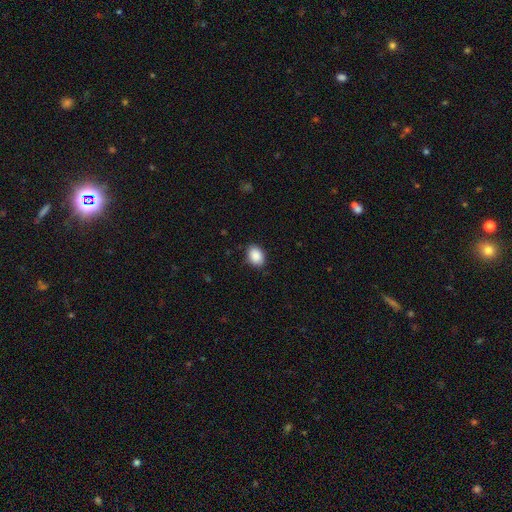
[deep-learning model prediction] smooth-or-featured: smooth: 89% | star or artifact: 7% | featured or disk: 3%
  how-rounded: in between: 75% | round: 24% | cigar-shaped: 1%
  merging: none: 85% | minor disturbance: 12% | major disturbance: 2% | merger: 1%